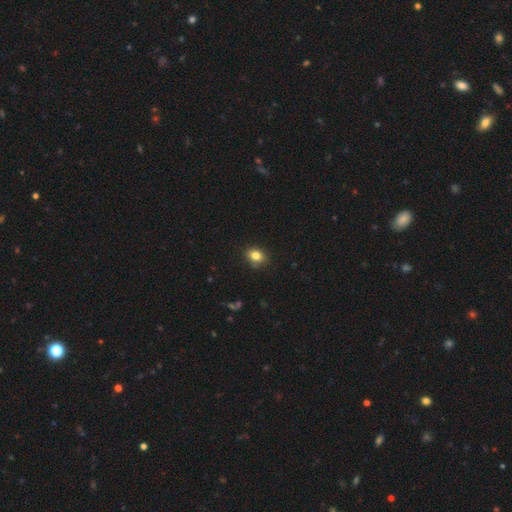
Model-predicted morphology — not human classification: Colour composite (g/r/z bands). It shows a smooth galaxy with no disk features (82%) that is in between round and cigar-shaped (55%). Merging: none (84%).